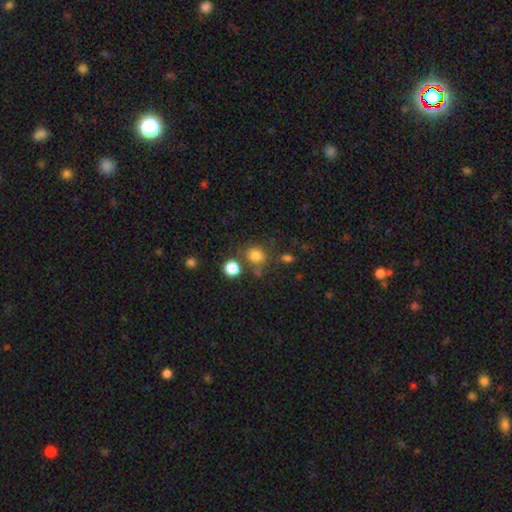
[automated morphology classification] Smooth or featured?
  - smooth: 80% *
  - star or artifact: 14%
  - featured or disk: 6%
How rounded?
  - round: 78% *
  - in between: 21%
  - cigar-shaped: 1%
Merging?
  - none: 70% *
  - merger: 13%
  - minor disturbance: 12%
  - major disturbance: 5%